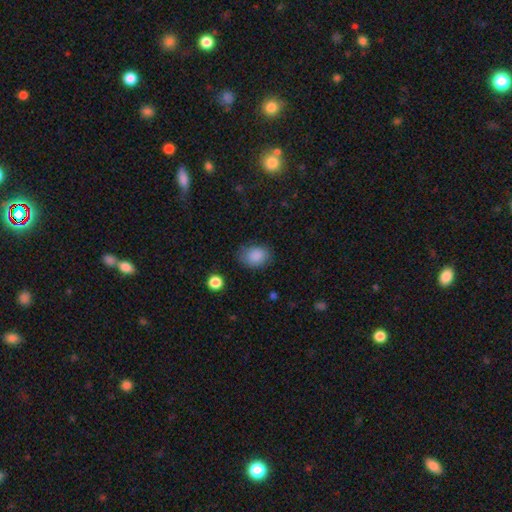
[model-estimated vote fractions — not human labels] Smooth or featured? Predicted: smooth (p=0.87). How rounded? Predicted: in between (p=0.63). Merging? Predicted: none (p=0.75).